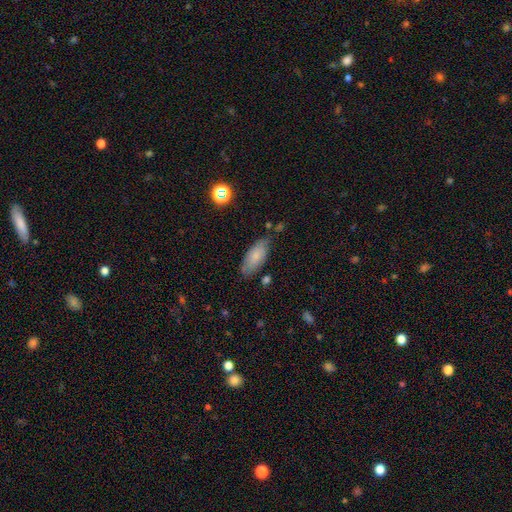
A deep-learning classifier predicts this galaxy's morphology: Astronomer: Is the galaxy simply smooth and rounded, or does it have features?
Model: smooth — 77%.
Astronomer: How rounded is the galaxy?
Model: in between — 82%.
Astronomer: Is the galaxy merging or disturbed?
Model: none — 71%.